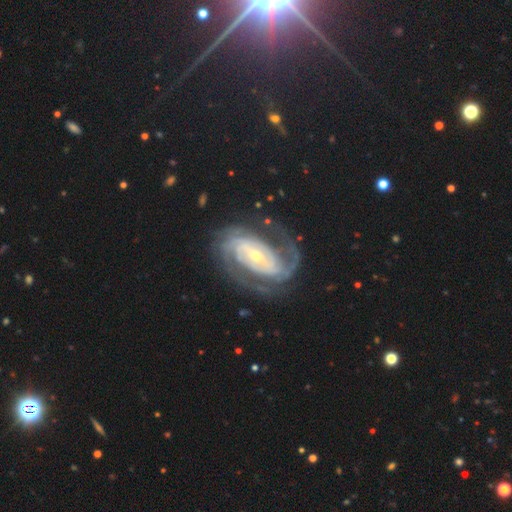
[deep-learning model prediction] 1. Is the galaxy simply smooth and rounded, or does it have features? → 91% featured or disk, 5% star or artifact, 4% smooth.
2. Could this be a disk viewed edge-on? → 97% no, 3% yes.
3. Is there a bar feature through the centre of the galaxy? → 41% weak, 39% strong, 21% no.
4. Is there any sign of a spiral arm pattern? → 97% yes, 3% no.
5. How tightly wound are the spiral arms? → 57% tight, 35% medium, 8% loose.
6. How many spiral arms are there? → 53% 2, 18% 3, 14% can't tell, 6% 4, 5% 1, 4% more than 4.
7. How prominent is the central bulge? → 50% small, 44% moderate, 4% large, 1% none, 1% dominant.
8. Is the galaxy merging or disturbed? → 71% none, 17% minor disturbance, 11% major disturbance, 2% merger.